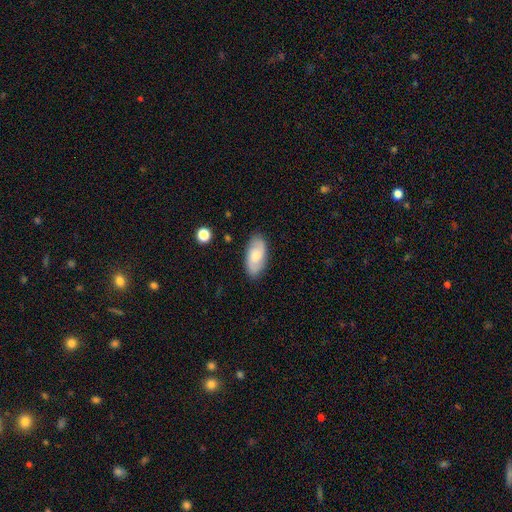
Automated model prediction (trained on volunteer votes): Smooth or featured: smooth — 53% (featured or disk — 40%)
How rounded: in between — 92% (cigar-shaped — 5%)
Merging: none — 84% (minor disturbance — 12%)